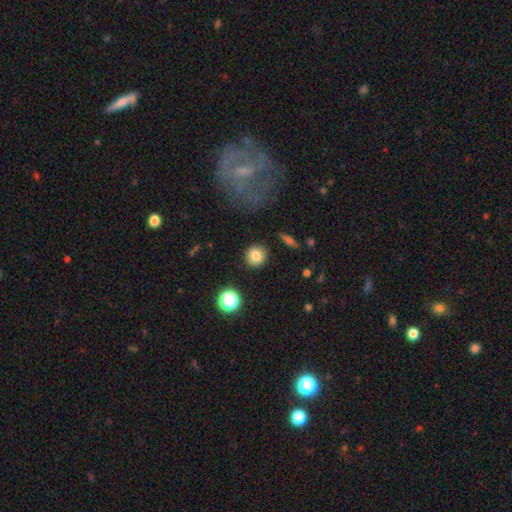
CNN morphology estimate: The model was most divided on "smooth or featured": smooth: 82%, star or artifact: 11%, featured or disk: 7%. More confident: how rounded — round (90%); merging — none (89%).